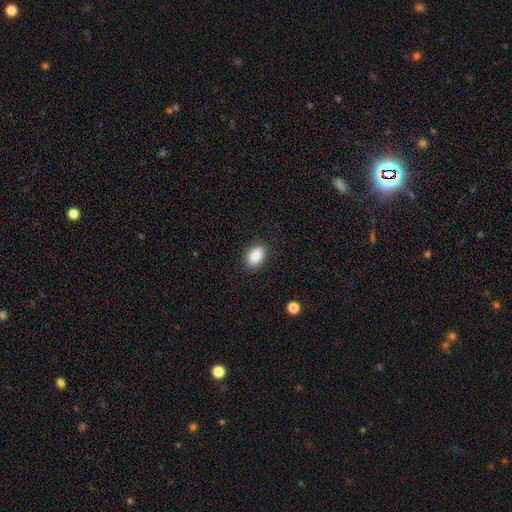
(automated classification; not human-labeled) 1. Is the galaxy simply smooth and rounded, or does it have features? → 88% smooth, 7% star or artifact, 4% featured or disk.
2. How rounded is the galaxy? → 88% in between, 10% round, 2% cigar-shaped.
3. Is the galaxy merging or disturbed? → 87% none, 10% minor disturbance, 3% major disturbance, 1% merger.